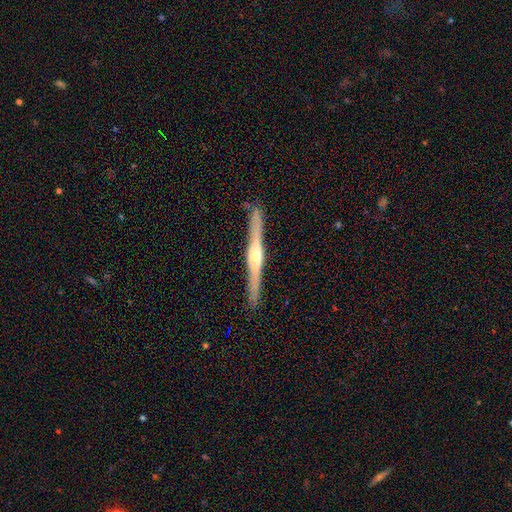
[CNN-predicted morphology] Smooth or featured?
  - featured or disk: 81% *
  - smooth: 14%
  - star or artifact: 5%
Edge-on disk?
  - yes: 98% *
  - no: 2%
Edge-on bulge?
  - rounded: 85% *
  - none: 8%
  - boxy: 8%
Merging?
  - none: 90% *
  - minor disturbance: 7%
  - major disturbance: 1%
  - merger: 1%